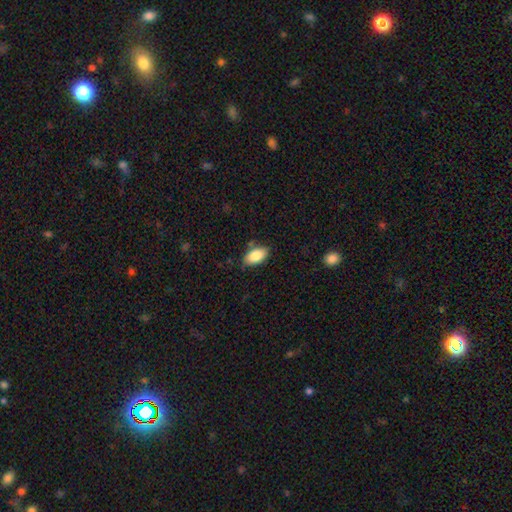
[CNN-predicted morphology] type=smooth (85%); roundness=in between (93%); merging=none (79%).